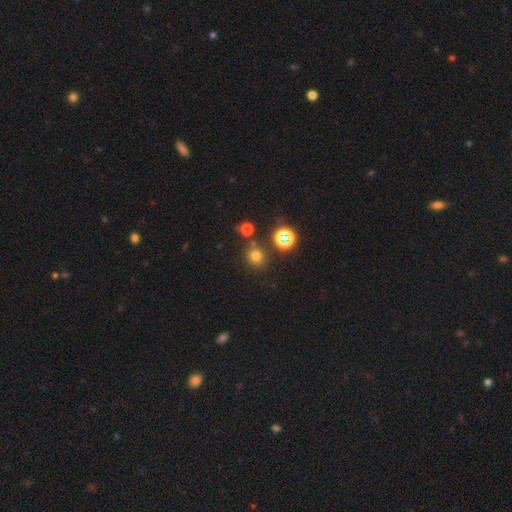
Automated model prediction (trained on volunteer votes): Smooth or featured: smooth — 67% (star or artifact — 26%)
How rounded: round — 84% (in between — 15%)
Merging: none — 77% (minor disturbance — 10%)